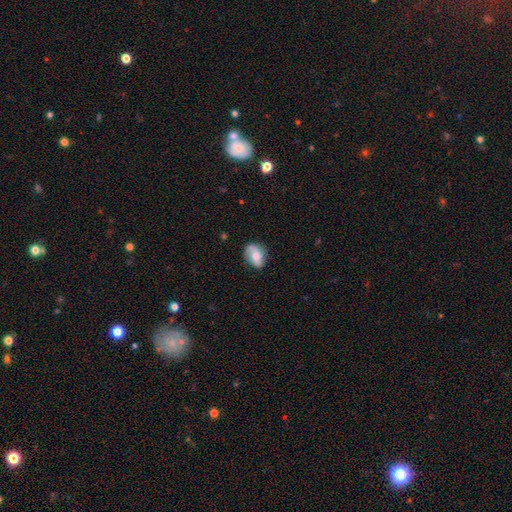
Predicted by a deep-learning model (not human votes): Q: Smooth or featured?
A: smooth (49%); runner-up: featured or disk (43%)
Q: Merging?
A: none (71%); runner-up: minor disturbance (21%)